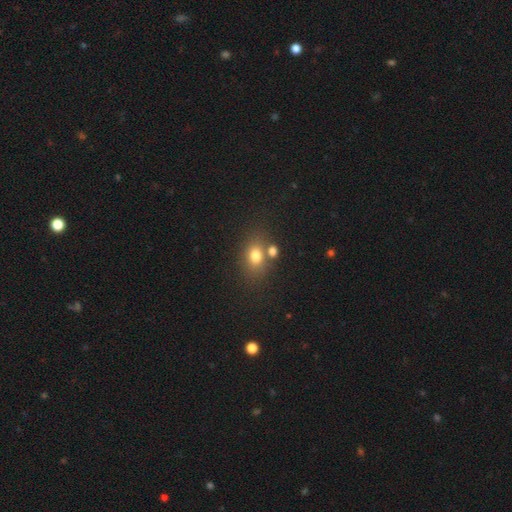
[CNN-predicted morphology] type=smooth (75%); roundness=in between (62%); merging=none (59%).